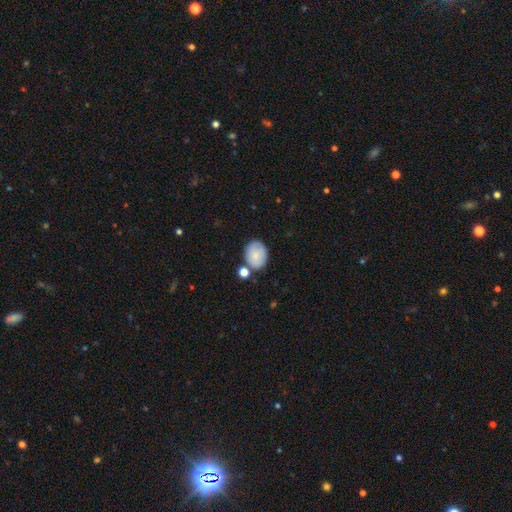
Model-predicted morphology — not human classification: This appears to be a smooth galaxy with no disk features (78%) that is in between round and cigar-shaped (59%). Merging: none (66%).